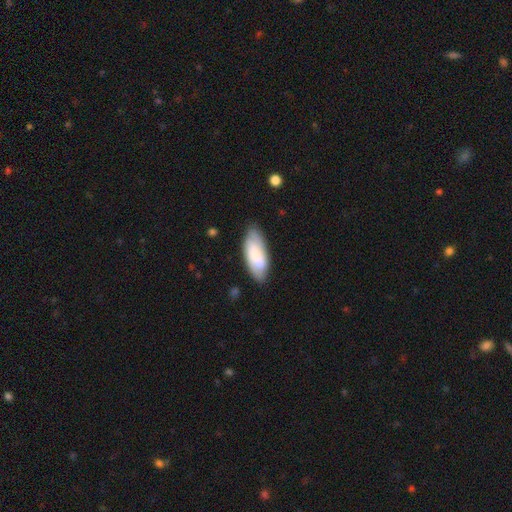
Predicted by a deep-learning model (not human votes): smooth_or_featured: smooth (p=0.59) [alt: featured or disk p=0.35]
how_rounded: in between (p=0.79) [alt: cigar-shaped p=0.19]
merging: none (p=0.74) [alt: minor disturbance p=0.18]